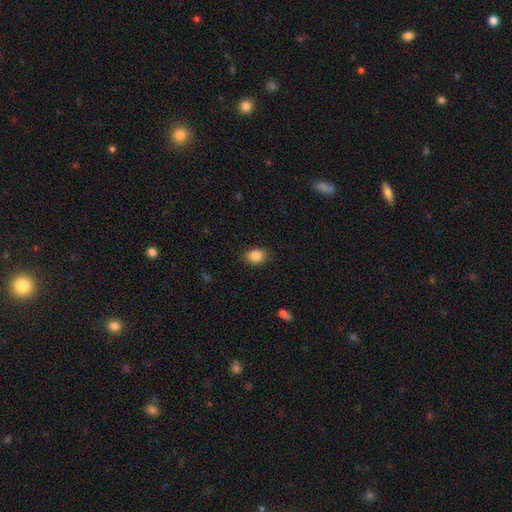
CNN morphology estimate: Smooth or featured: smooth — 88% (star or artifact — 9%)
How rounded: in between — 61% (round — 38%)
Merging: none — 88% (minor disturbance — 9%)